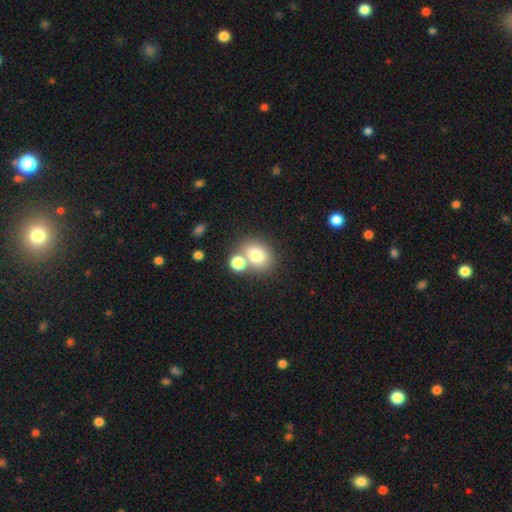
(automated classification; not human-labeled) Smooth or featured?
  - smooth: 77% *
  - star or artifact: 12%
  - featured or disk: 11%
How rounded?
  - round: 56% *
  - in between: 43%
  - cigar-shaped: 1%
Merging?
  - none: 55% *
  - merger: 31%
  - minor disturbance: 10%
  - major disturbance: 4%